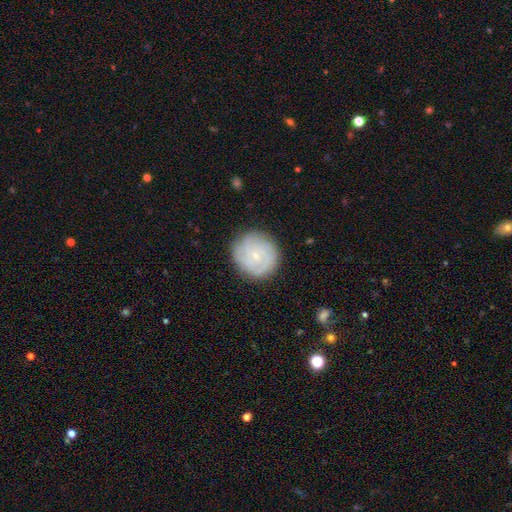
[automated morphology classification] smooth_or_featured: featured or disk (p=0.67) [alt: smooth p=0.26]
disk_edge_on: no (p=0.98) [alt: yes p=0.02]
bar: no (p=0.79) [alt: weak p=0.18]
has_spiral_arms: yes (p=0.91) [alt: no p=0.09]
spiral_winding: tight (p=0.74) [alt: medium p=0.21]
spiral_arm_count: can't tell (p=0.34) [alt: 3 p=0.24]
bulge_size: small (p=0.81) [alt: moderate p=0.15]
merging: none (p=0.83) [alt: minor disturbance p=0.13]